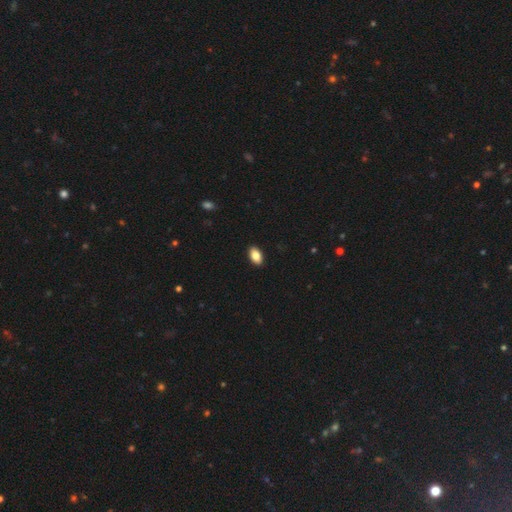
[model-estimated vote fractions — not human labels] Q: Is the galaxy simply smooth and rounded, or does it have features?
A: smooth — 86%.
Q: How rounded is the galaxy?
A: in between — 93%.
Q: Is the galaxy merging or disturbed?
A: none — 91%.